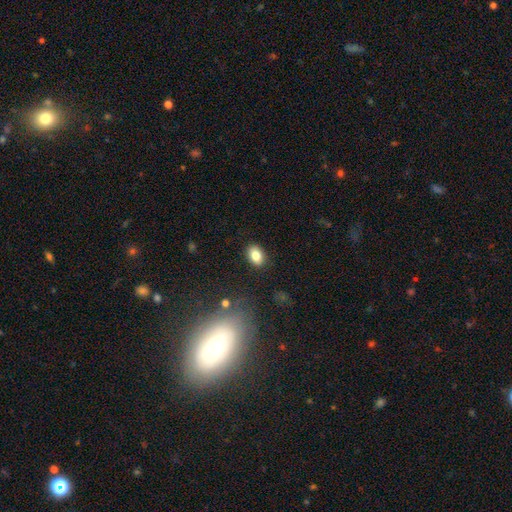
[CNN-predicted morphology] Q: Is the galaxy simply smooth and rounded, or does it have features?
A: smooth — 81%.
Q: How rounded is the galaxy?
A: in between — 79%.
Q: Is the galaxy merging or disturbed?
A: none — 88%.